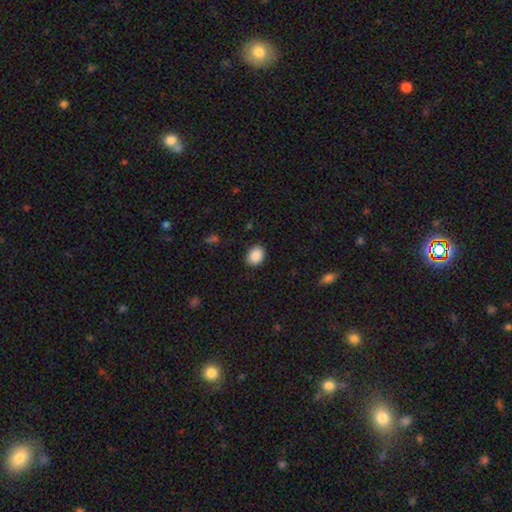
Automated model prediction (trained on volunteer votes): Morphology: type=smooth (89%); roundness=in between (63%); merging=none (88%).